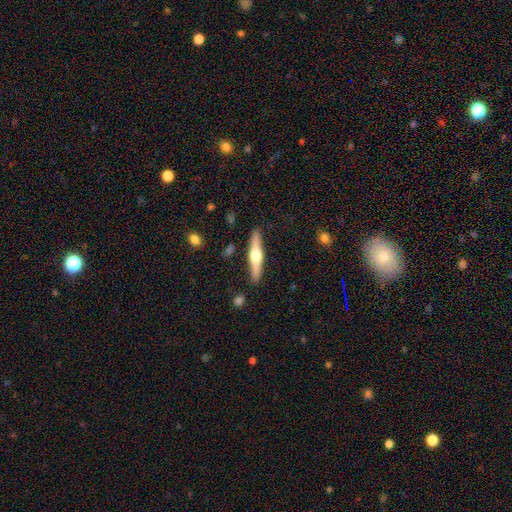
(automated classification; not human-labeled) Overall: featured or disk (63%; smooth 32%). Edge-on disk: yes (96%). Edge-on bulge: rounded (94%). Merging: none (89%).